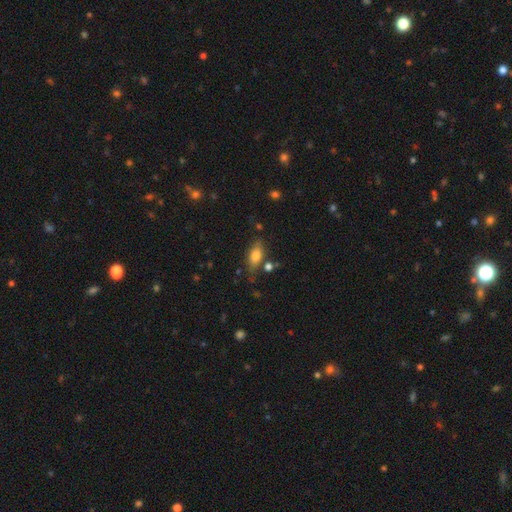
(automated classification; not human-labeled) Smooth or featured? Predicted: smooth (p=0.74). How rounded? Predicted: in between (p=0.80). Merging? Predicted: none (p=0.71).